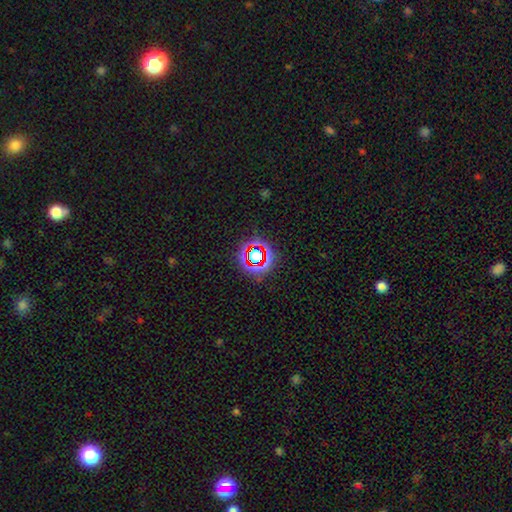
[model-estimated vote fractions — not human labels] smooth-or-featured: star or artifact: 69% | smooth: 21% | featured or disk: 11%